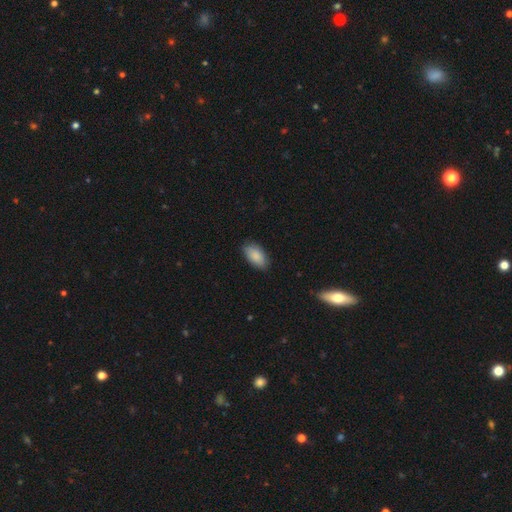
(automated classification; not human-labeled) A smooth galaxy with no disk features (87%) that is in between round and cigar-shaped (94%). Merging: none (83%).